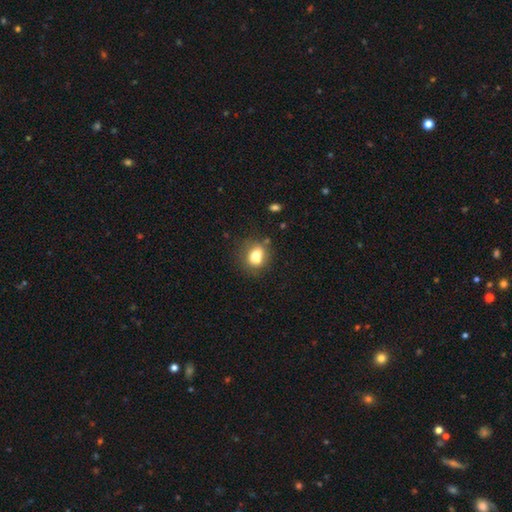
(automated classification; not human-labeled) Smooth or featured: smooth — 73% (featured or disk — 17%)
How rounded: in between — 50% (round — 48%)
Merging: none — 60% (minor disturbance — 20%)